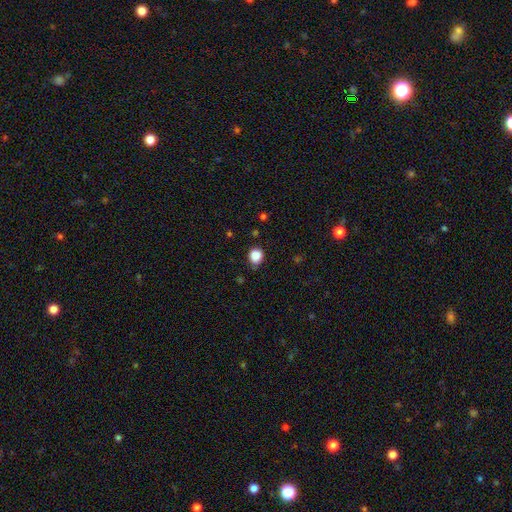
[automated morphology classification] A smooth galaxy with no disk features (86%) that is round (72%).

Vote fractions:
- Smooth or featured? smooth: 86% / star or artifact: 10% / featured or disk: 4%
- How rounded? round: 72% / in between: 27% / cigar-shaped: 1%
- Merging? none: 73% / minor disturbance: 21% / major disturbance: 4% / merger: 2%